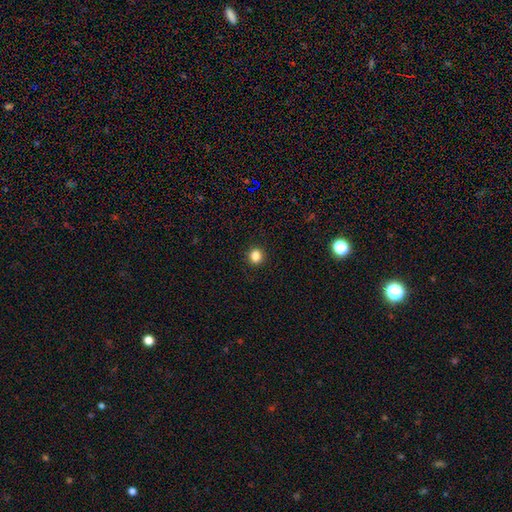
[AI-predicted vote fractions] A smooth galaxy with no disk features (84%) that is round (92%).

Vote fractions:
- Smooth or featured? smooth: 84% / star or artifact: 12% / featured or disk: 4%
- How rounded? round: 92% / in between: 7% / cigar-shaped: 1%
- Merging? none: 92% / minor disturbance: 5% / major disturbance: 2% / merger: 1%